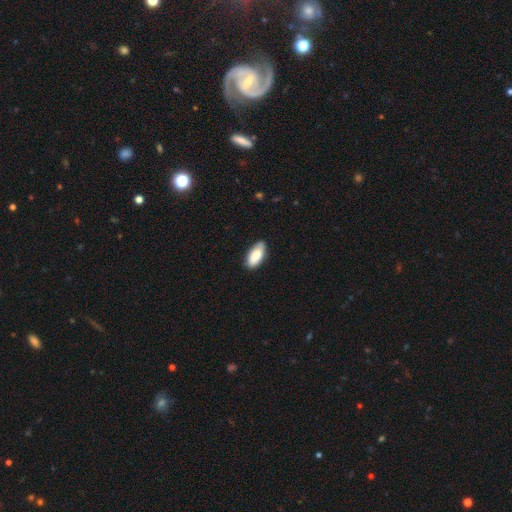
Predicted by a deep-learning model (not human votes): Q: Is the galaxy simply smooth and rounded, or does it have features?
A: smooth — 86%.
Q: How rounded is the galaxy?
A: in between — 91%.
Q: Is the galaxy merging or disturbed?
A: none — 79%.